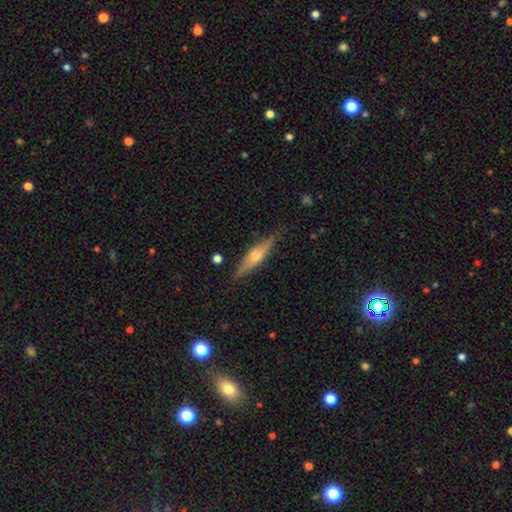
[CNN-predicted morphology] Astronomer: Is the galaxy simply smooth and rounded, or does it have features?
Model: featured or disk — 64%.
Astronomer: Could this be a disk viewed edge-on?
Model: yes — 95%.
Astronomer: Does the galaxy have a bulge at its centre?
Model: rounded — 86%.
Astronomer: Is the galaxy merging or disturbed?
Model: none — 85%.